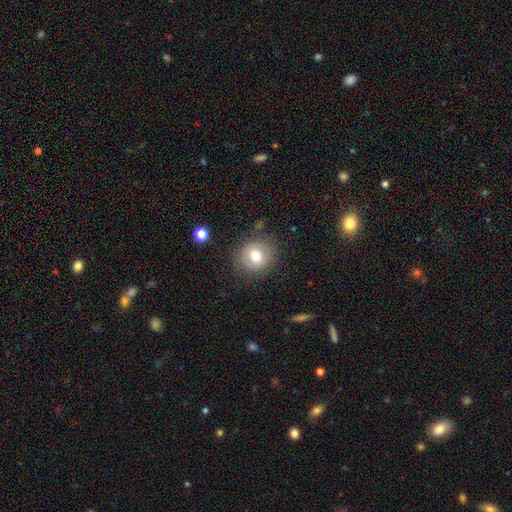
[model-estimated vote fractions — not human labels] Smooth or featured: smooth — 74% (featured or disk — 16%)
How rounded: round — 81% (in between — 18%)
Merging: none — 82% (minor disturbance — 12%)